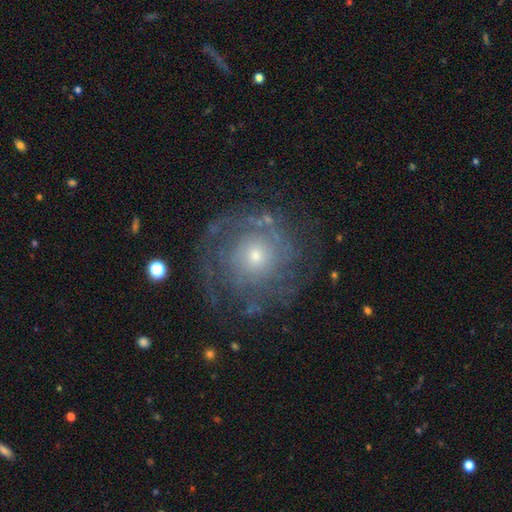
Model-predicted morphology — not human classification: Overall: featured or disk (74%). Edge-on disk: no (97%). Bar: no (82%). Spiral arms: yes (86%). Spiral arm count: can't tell (45%; 2 18%). Spiral winding: tight (67%). Bulge size: small (59%; moderate 35%). Merging: none (72%).